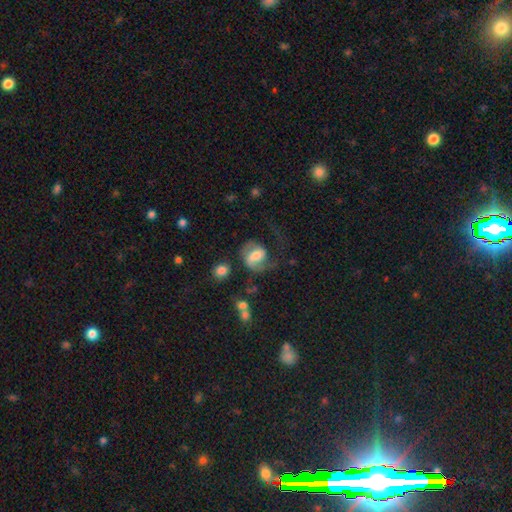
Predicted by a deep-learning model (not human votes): The model was most divided on "merging": none: 42%, major disturbance: 36%, minor disturbance: 18%, merger: 4%. Remaining: edge-on disk — no (97%); spiral arms — yes (85%); smooth or featured — featured or disk (60%); bar — weak (44%); bulge size — moderate (43%).